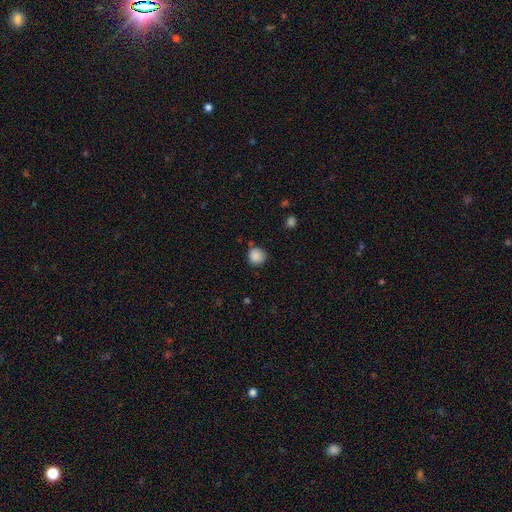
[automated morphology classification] This is clearly a smooth galaxy (87%). How rounded: clearly round (91%). Merging: likely none (75%).